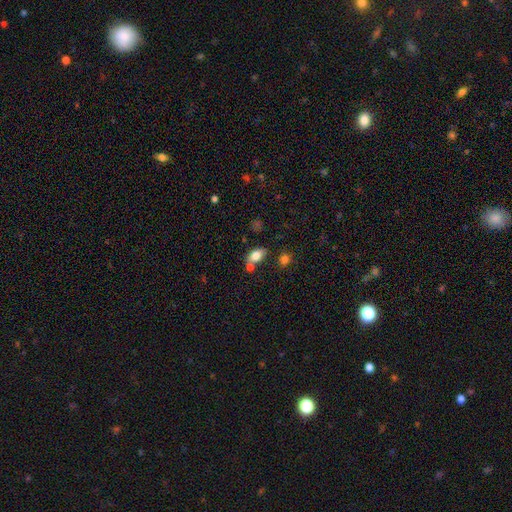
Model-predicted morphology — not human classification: Smooth or featured? Predicted: smooth (p=0.80). How rounded? Predicted: in between (p=0.87). Merging? Predicted: none (p=0.59).